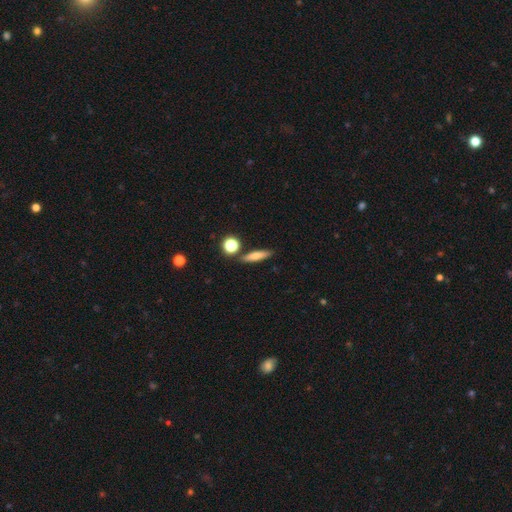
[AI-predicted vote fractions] Smooth or featured? smooth (70%)
How rounded? cigar-shaped (73%)
Merging? none (82%)